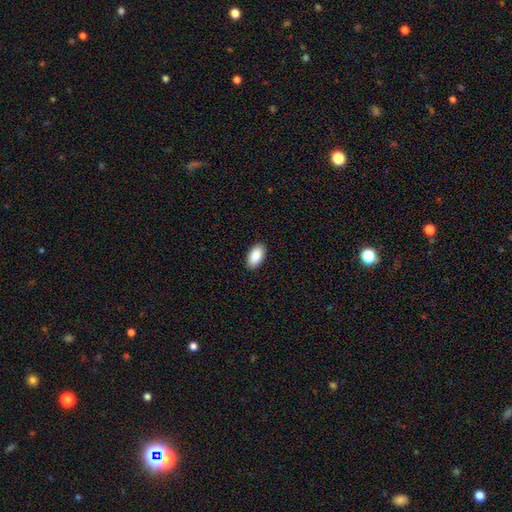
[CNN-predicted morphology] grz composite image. It shows a smooth galaxy with no disk features (90%) that is in between round and cigar-shaped (95%). Merging: none (90%).